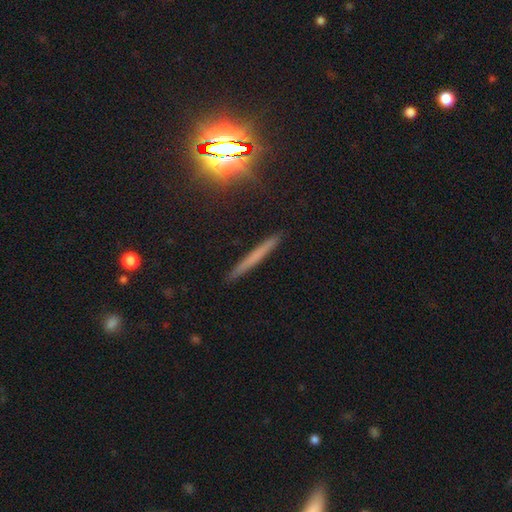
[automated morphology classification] The model was most divided on "smooth or featured": smooth: 49%, featured or disk: 33%, star or artifact: 18%. More confident: merging — none (90%).